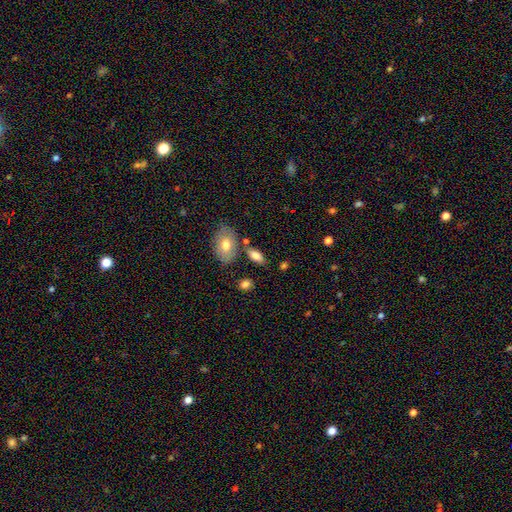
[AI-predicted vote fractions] Overall: smooth (75%). How rounded: in between (86%). Merging: none (71%).